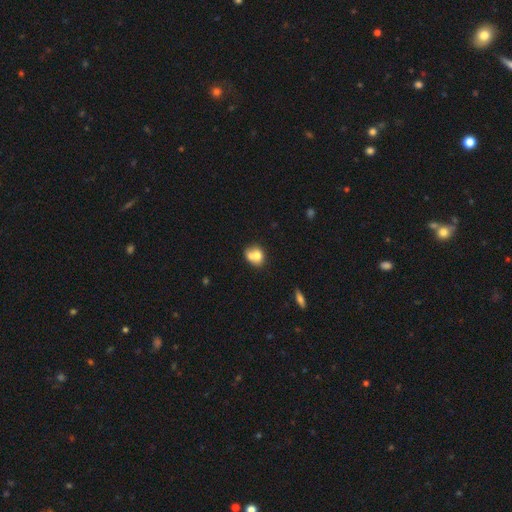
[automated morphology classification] The model was most divided on "how rounded": round: 59%, in between: 40%, cigar-shaped: 1%. More confident: smooth or featured — smooth (69%); merging — merger (52%).